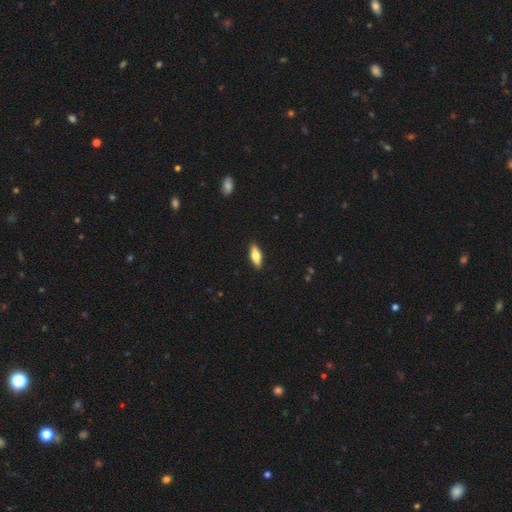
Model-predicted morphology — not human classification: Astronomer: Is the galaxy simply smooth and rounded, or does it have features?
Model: smooth — 68%.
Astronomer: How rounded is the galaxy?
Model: in between — 67%.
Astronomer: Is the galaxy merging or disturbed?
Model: none — 90%.